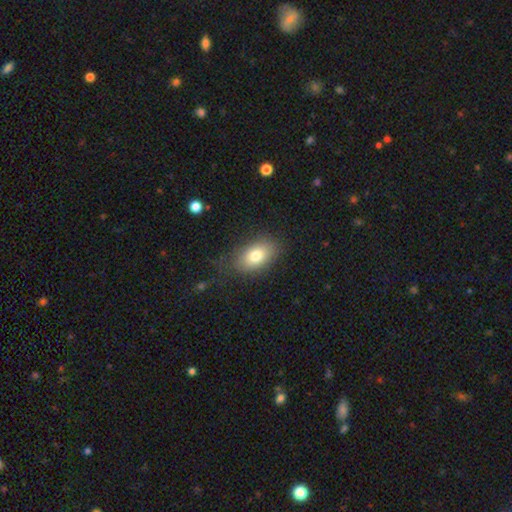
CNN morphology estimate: Smooth or featured?
  - smooth: 78% *
  - featured or disk: 14%
  - star or artifact: 8%
How rounded?
  - in between: 88% *
  - round: 10%
  - cigar-shaped: 2%
Merging?
  - none: 77% *
  - minor disturbance: 16%
  - major disturbance: 6%
  - merger: 1%